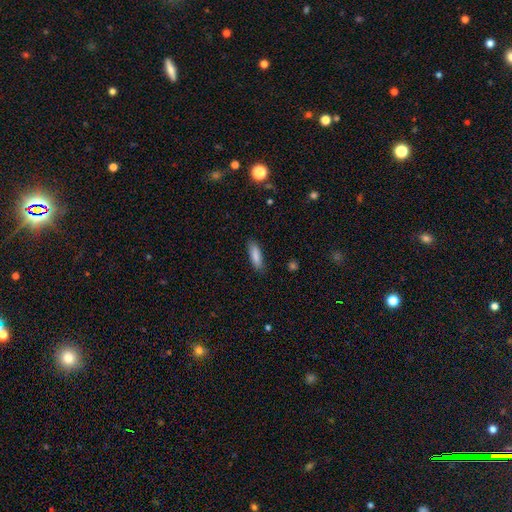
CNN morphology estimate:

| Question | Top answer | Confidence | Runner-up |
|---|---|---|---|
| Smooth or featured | smooth | 86% | featured or disk (8%) |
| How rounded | cigar-shaped | 51% | in between (48%) |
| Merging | none | 85% | minor disturbance (11%) |